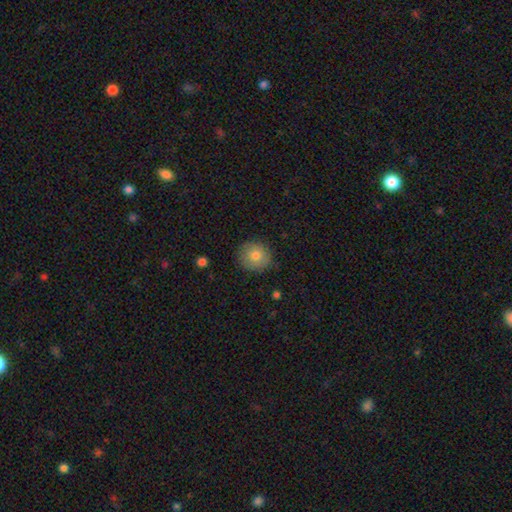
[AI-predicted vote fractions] This is likely a smooth galaxy (79%). How rounded: clearly round (88%). Merging: clearly none (85%).